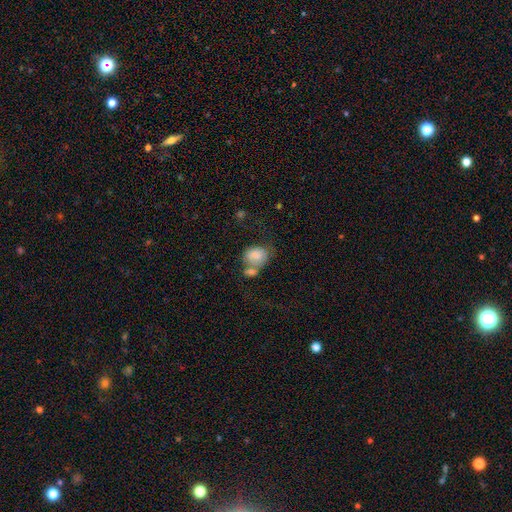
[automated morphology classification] smooth-or-featured: smooth: 74% | featured or disk: 18% | star or artifact: 8%
  how-rounded: in between: 54% | round: 45% | cigar-shaped: 1%
  merging: merger: 46% | none: 25% | minor disturbance: 17% | major disturbance: 12%